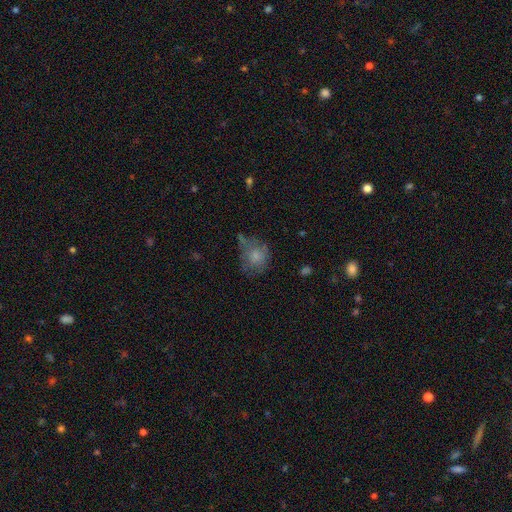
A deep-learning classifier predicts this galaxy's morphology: Smooth or featured: smooth — 71% (featured or disk — 18%)
How rounded: round — 68% (in between — 31%)
Merging: none — 44% (minor disturbance — 29%)